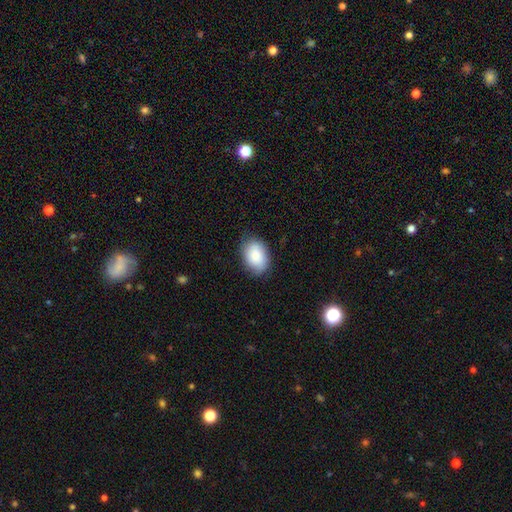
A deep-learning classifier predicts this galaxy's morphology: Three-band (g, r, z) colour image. It shows a smooth galaxy with no disk features (86%) that is in between round and cigar-shaped (83%). Merging: none (81%).